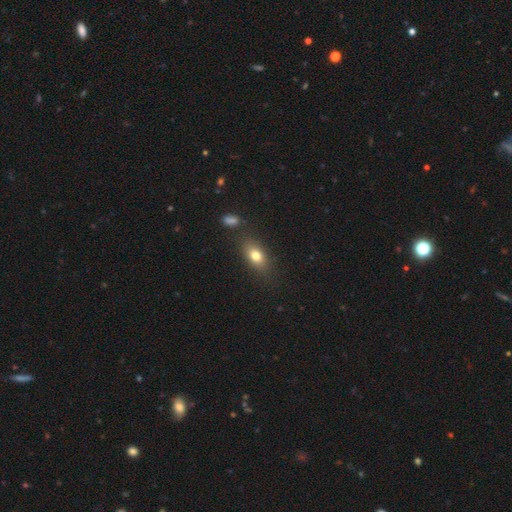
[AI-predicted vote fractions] The model was most divided on "smooth or featured": smooth: 77%, featured or disk: 14%, star or artifact: 10%. More confident: how rounded — in between (79%); merging — none (78%).